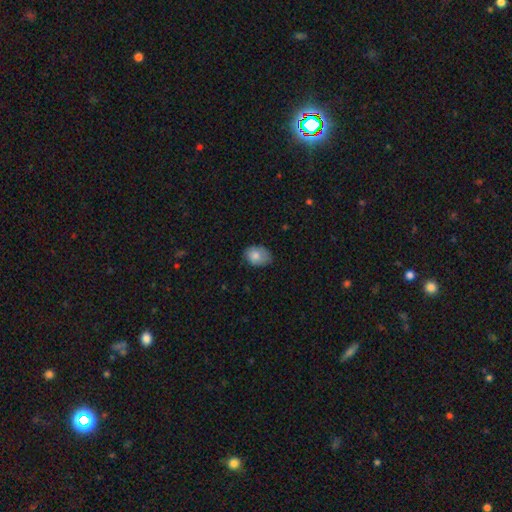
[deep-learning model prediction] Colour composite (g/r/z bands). It shows a smooth galaxy with no disk features (80%) that is in between round and cigar-shaped (69%). Merging: none (68%).